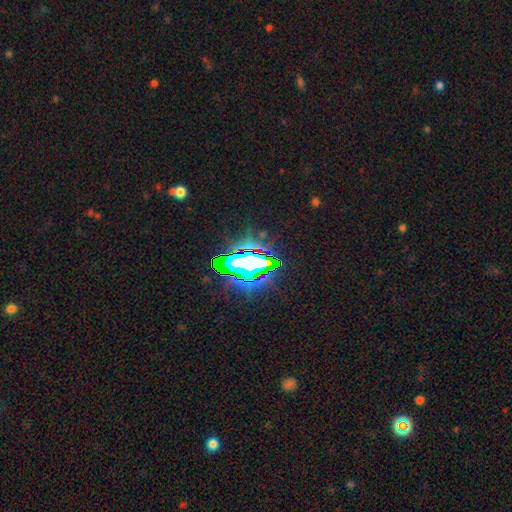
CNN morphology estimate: This is clearly a star or artifact rather than a galaxy (84%).